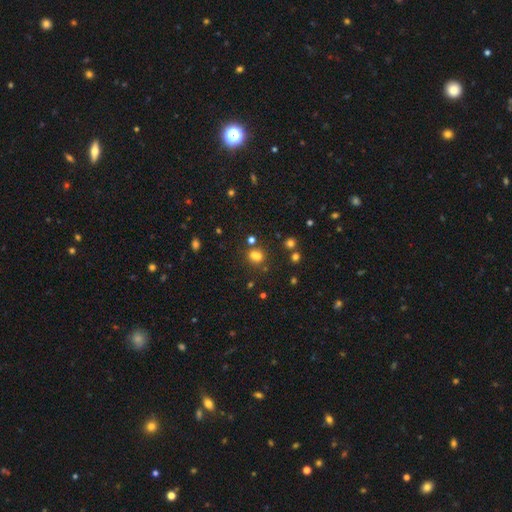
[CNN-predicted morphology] This appears to be a smooth galaxy with no disk features (68%) that is round (55%). Merging: none (57%).